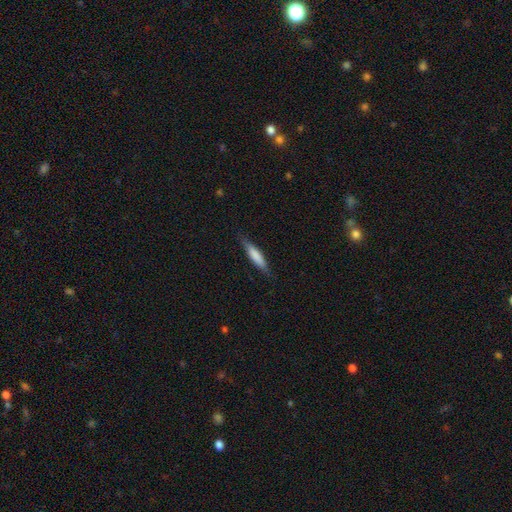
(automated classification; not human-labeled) Smooth or featured? smooth (70%)
How rounded? cigar-shaped (82%)
Merging? none (83%)